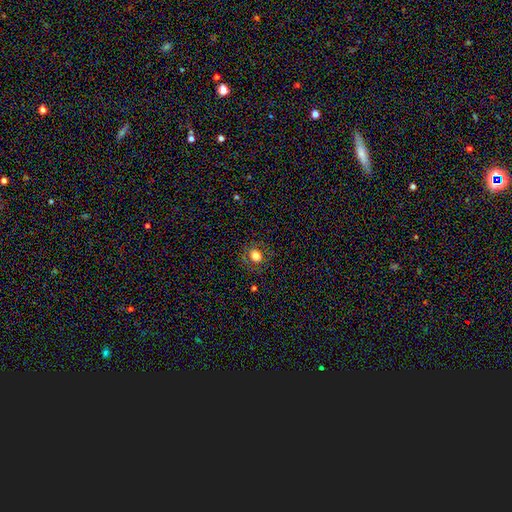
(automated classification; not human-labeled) smooth-or-featured: smooth: 74% | featured or disk: 13% | star or artifact: 13%
  how-rounded: round: 71% | in between: 28% | cigar-shaped: 1%
  merging: none: 84% | minor disturbance: 10% | major disturbance: 5% | merger: 1%